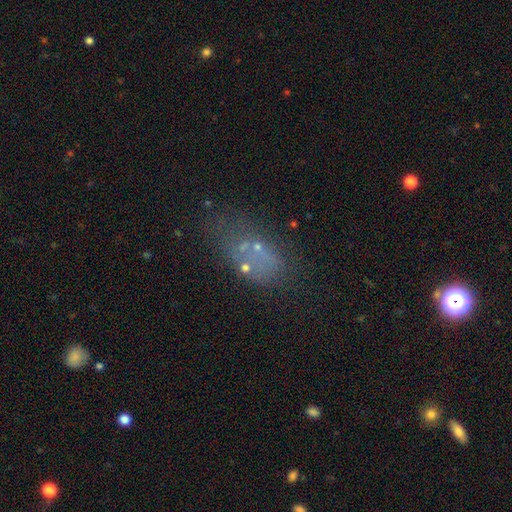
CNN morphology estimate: smooth-or-featured: smooth: 44% | featured or disk: 29% | star or artifact: 27%
  merging: none: 47% | major disturbance: 19% | minor disturbance: 18% | merger: 17%